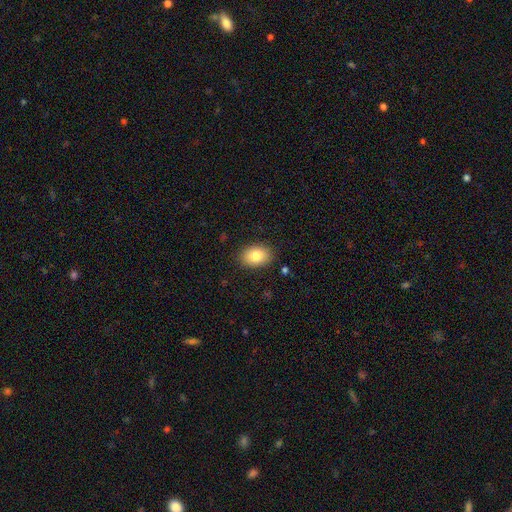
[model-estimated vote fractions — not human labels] smooth_or_featured: smooth (p=0.82) [alt: featured or disk p=0.10]
how_rounded: in between (p=0.79) [alt: round p=0.20]
merging: none (p=0.87) [alt: minor disturbance p=0.09]